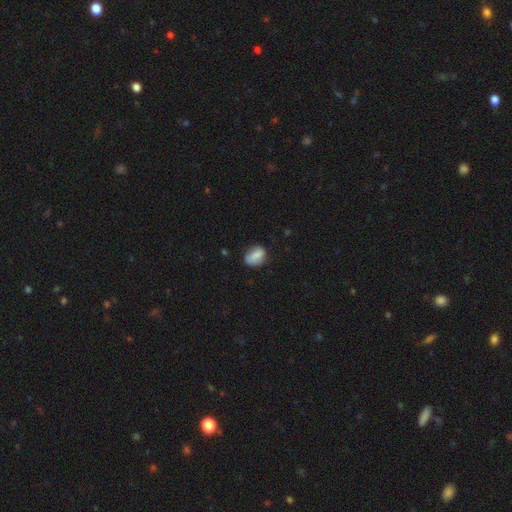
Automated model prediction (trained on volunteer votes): Q: Smooth or featured?
A: smooth (82%); runner-up: featured or disk (10%)
Q: How rounded?
A: in between (78%); runner-up: round (20%)
Q: Merging?
A: none (63%); runner-up: minor disturbance (28%)